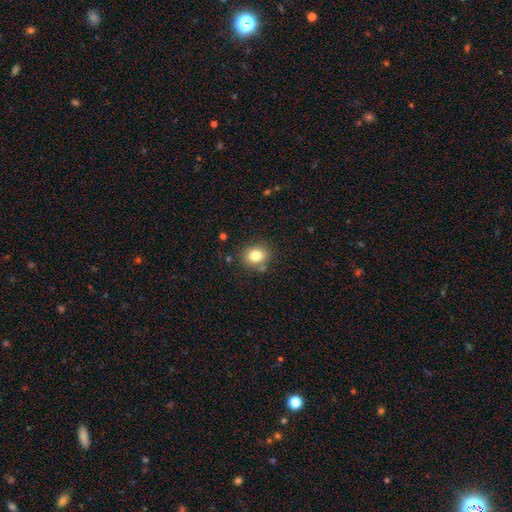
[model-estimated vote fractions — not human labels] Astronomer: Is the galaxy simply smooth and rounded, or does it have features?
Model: smooth — 80%.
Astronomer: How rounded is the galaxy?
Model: round — 64%.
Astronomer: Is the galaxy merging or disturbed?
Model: none — 81%.